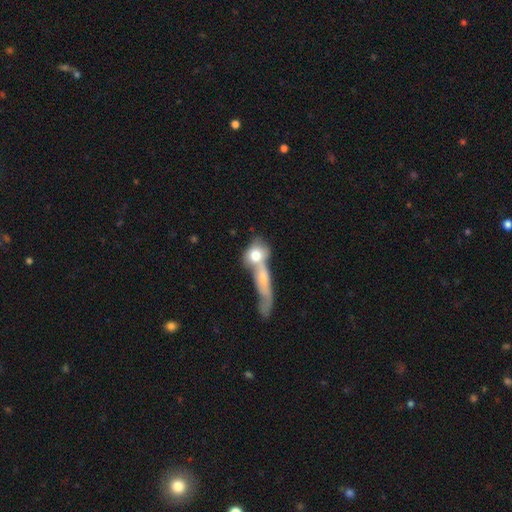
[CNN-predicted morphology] Q: Smooth or featured?
A: smooth (71%); runner-up: featured or disk (22%)
Q: How rounded?
A: round (48%); runner-up: in between (39%)
Q: Merging?
A: merger (58%); runner-up: none (24%)